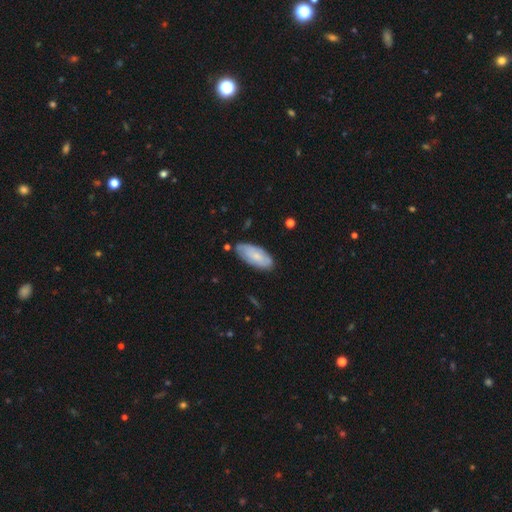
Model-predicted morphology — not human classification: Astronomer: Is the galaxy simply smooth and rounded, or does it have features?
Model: smooth — 60%.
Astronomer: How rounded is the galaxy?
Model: in between — 89%.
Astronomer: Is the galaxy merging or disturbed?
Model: none — 75%.